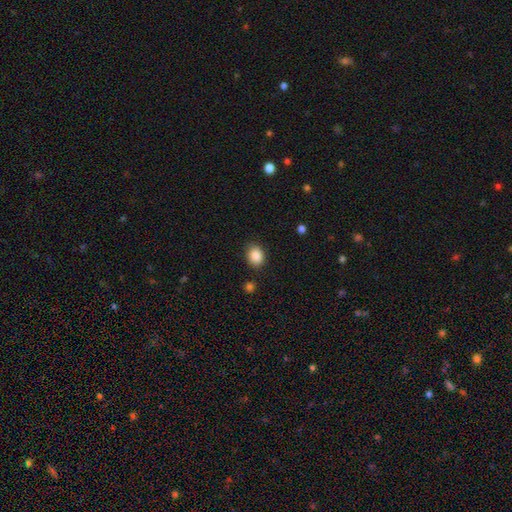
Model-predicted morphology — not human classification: Smooth or featured? Predicted: smooth (p=0.88). How rounded? Predicted: in between (p=0.55). Merging? Predicted: none (p=0.84).